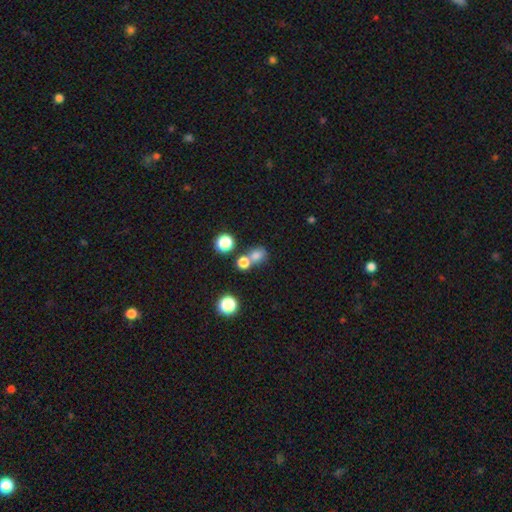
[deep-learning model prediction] smooth_or_featured: smooth (p=0.76) [alt: star or artifact p=0.17]
how_rounded: round (p=0.69) [alt: in between p=0.30]
merging: none (p=0.47) [alt: merger p=0.39]